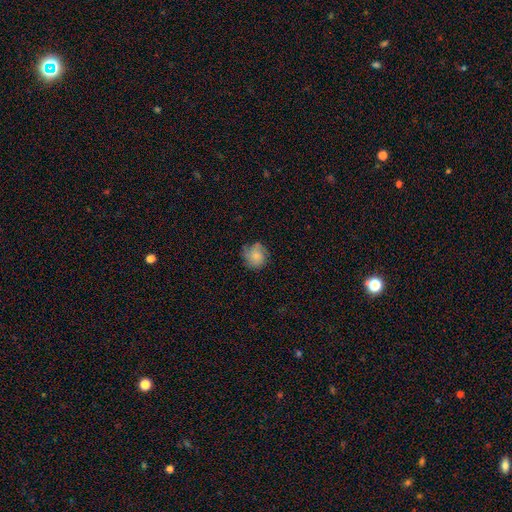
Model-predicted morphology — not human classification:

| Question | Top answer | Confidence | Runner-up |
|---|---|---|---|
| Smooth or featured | smooth | 73% | featured or disk (19%) |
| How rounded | round | 87% | in between (12%) |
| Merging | none | 70% | minor disturbance (22%) |